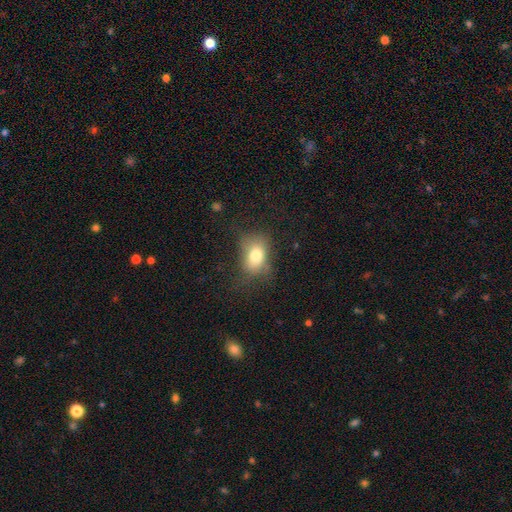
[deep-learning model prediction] A smooth galaxy with no disk features (75%) that is in between round and cigar-shaped (75%).

Vote fractions:
- Smooth or featured? smooth: 75% / featured or disk: 14% / star or artifact: 11%
- How rounded? in between: 75% / round: 23% / cigar-shaped: 2%
- Merging? none: 55% / minor disturbance: 26% / major disturbance: 17% / merger: 2%